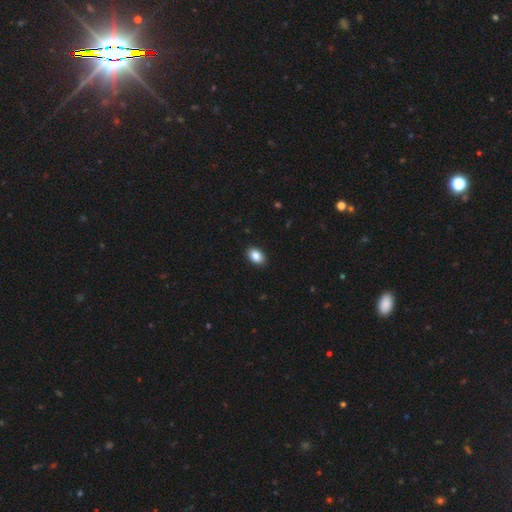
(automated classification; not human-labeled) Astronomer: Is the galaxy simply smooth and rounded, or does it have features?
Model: smooth — 88%.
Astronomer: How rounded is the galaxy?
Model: in between — 85%.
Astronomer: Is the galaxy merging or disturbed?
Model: none — 90%.